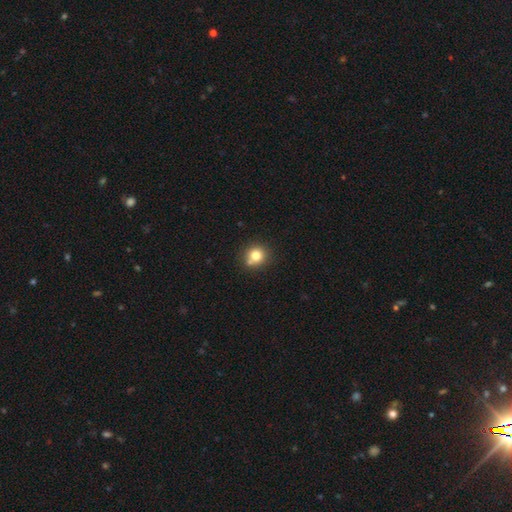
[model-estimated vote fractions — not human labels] Smooth or featured? Predicted: smooth (p=0.78). How rounded? Predicted: round (p=0.87). Merging? Predicted: none (p=0.69).